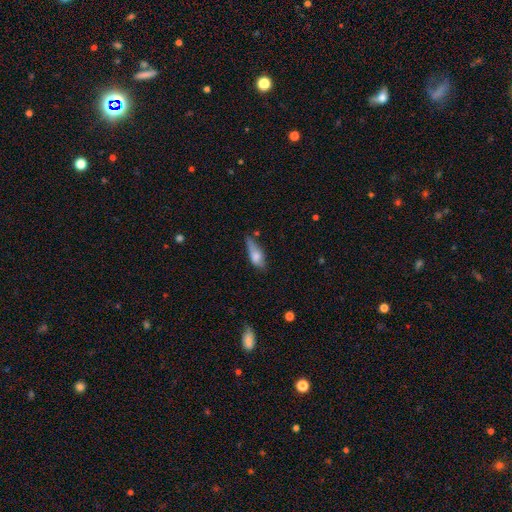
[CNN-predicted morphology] Smooth or featured: smooth — 72% (featured or disk — 21%)
How rounded: in between — 66% (cigar-shaped — 31%)
Merging: minor disturbance — 41% (none — 38%)